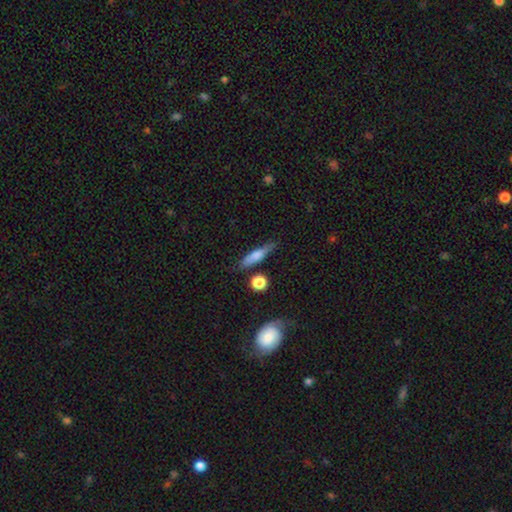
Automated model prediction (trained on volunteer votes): This is likely a smooth galaxy (66%). How rounded: likely cigar-shaped (76%). Merging: likely none (75%).